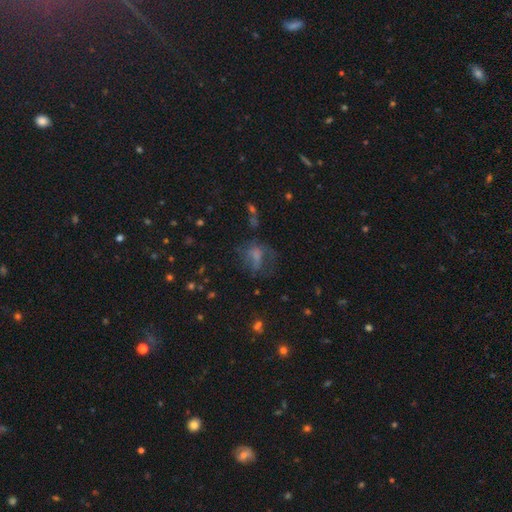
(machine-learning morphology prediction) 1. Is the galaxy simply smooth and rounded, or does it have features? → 47% smooth, 30% featured or disk, 22% star or artifact.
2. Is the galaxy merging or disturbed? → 38% major disturbance, 37% none, 21% minor disturbance, 4% merger.